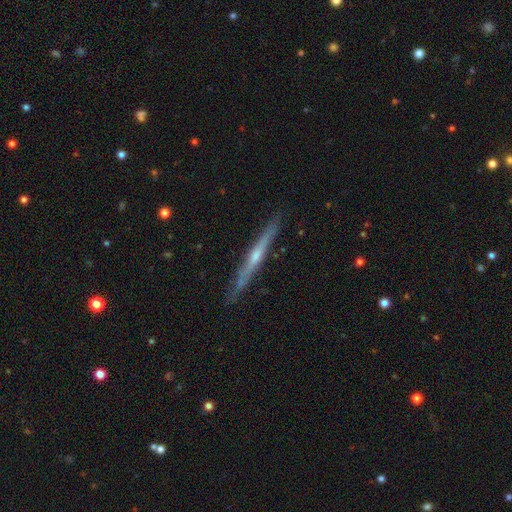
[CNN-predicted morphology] A featured or disk galaxy (72%) viewed edge-on (97%) with a rounded central bulge (61%).

Vote fractions:
- Smooth or featured? featured or disk: 72% / smooth: 23% / star or artifact: 5%
- Edge-on disk? yes: 97% / no: 3%
- Edge-on bulge? rounded: 61% / none: 33% / boxy: 6%
- Merging? none: 86% / minor disturbance: 11% / major disturbance: 2% / merger: 1%